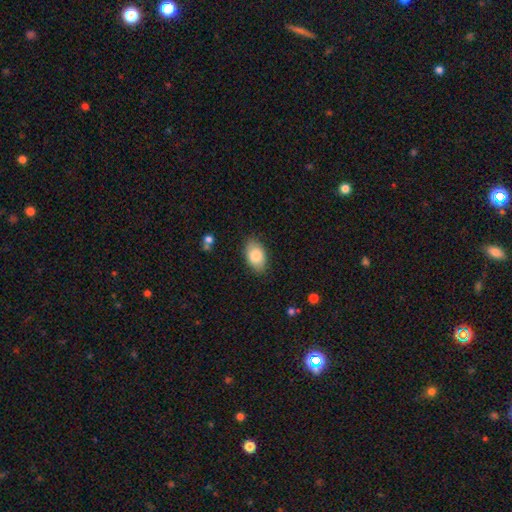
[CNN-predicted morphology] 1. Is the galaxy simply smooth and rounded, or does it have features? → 83% smooth, 11% featured or disk, 7% star or artifact.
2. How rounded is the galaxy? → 92% in between, 7% round, 2% cigar-shaped.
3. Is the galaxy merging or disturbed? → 84% none, 12% minor disturbance, 3% major disturbance, 1% merger.